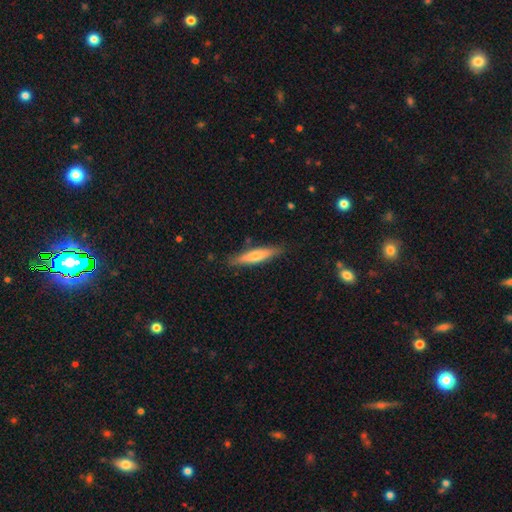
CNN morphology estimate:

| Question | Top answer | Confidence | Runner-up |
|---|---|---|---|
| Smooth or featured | smooth | 59% | featured or disk (35%) |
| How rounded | cigar-shaped | 82% | in between (16%) |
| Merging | none | 84% | minor disturbance (12%) |